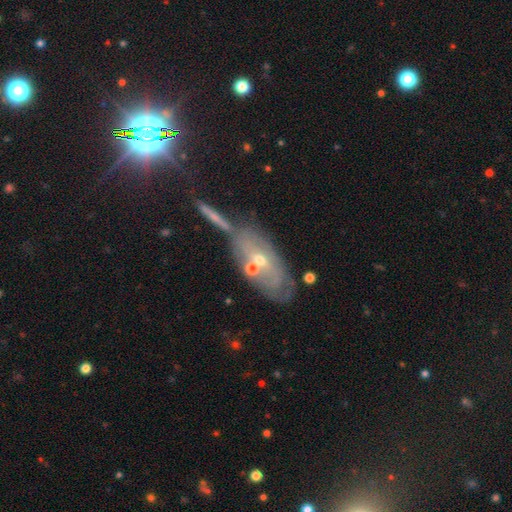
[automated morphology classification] This is possibly a featured or disk galaxy (55%). It is likely not viewed edge-on (78%). Merging: possibly none (49%).